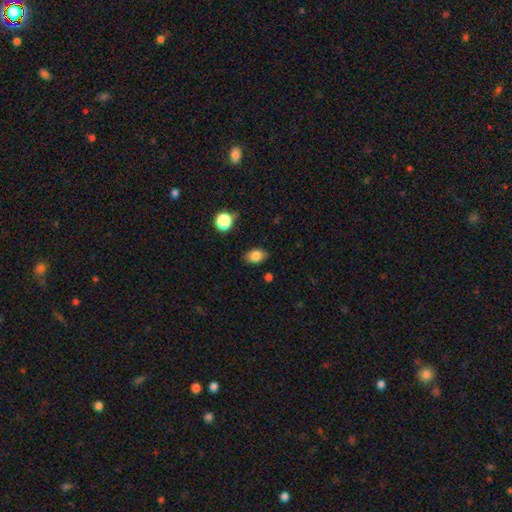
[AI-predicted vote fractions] This appears to be a smooth galaxy with no disk features (83%) that is in between round and cigar-shaped (80%). Merging: none (82%).